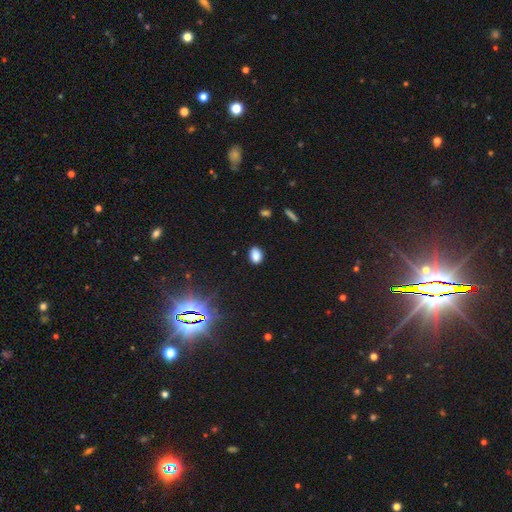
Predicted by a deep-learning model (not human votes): Smooth or featured? Predicted: smooth (p=0.84). How rounded? Predicted: in between (p=0.78). Merging? Predicted: none (p=0.86).